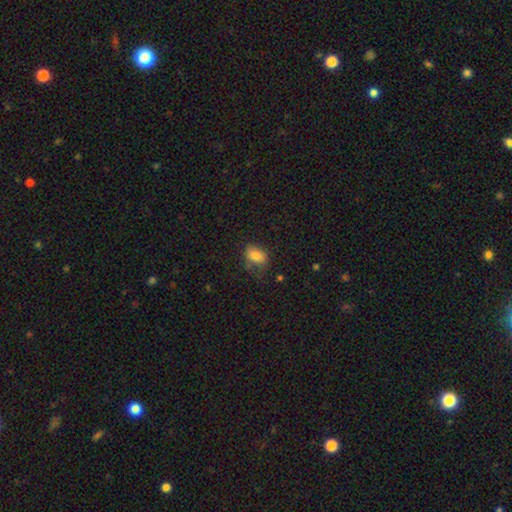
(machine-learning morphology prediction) smooth-or-featured: smooth: 79% | featured or disk: 11% | star or artifact: 10%
  how-rounded: in between: 80% | round: 18% | cigar-shaped: 2%
  merging: none: 55% | minor disturbance: 29% | major disturbance: 13% | merger: 2%